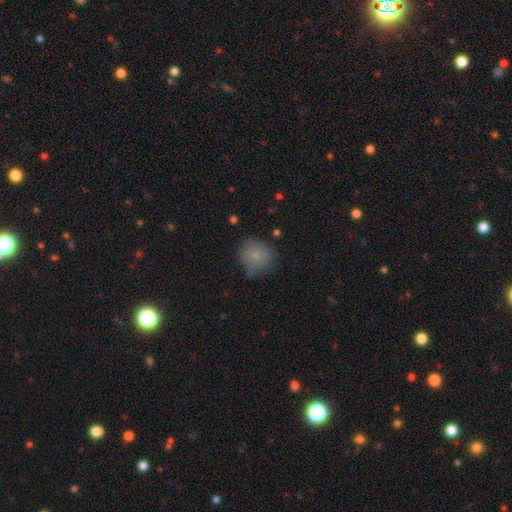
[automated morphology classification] A smooth galaxy with no disk features (81%) that is round (88%).

Vote fractions:
- Smooth or featured? smooth: 81% / star or artifact: 10% / featured or disk: 10%
- How rounded? round: 88% / in between: 11% / cigar-shaped: 1%
- Merging? none: 71% / minor disturbance: 21% / major disturbance: 6% / merger: 2%